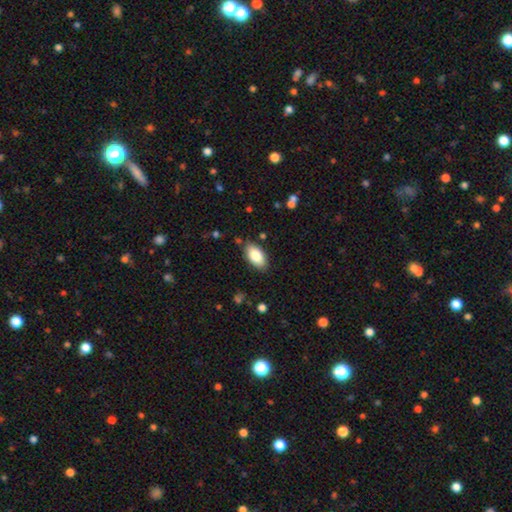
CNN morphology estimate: The model was most divided on "merging": none: 85%, minor disturbance: 11%, major disturbance: 2%, merger: 2%. More confident: how rounded — in between (94%); smooth or featured — smooth (84%).